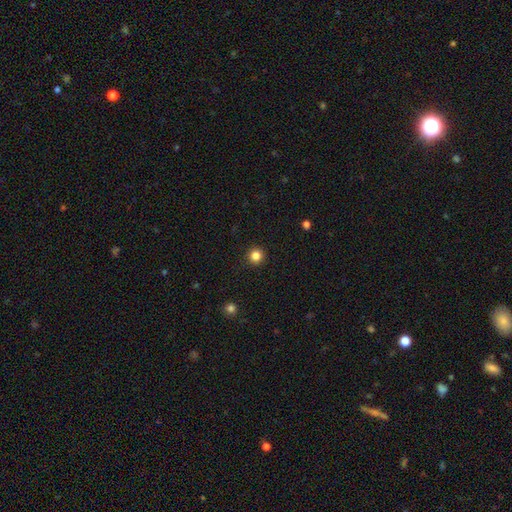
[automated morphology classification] Smooth or featured?
  - smooth: 83% *
  - star or artifact: 12%
  - featured or disk: 4%
How rounded?
  - round: 96% *
  - in between: 3%
  - cigar-shaped: 1%
Merging?
  - none: 93% *
  - minor disturbance: 5%
  - major disturbance: 2%
  - merger: 1%